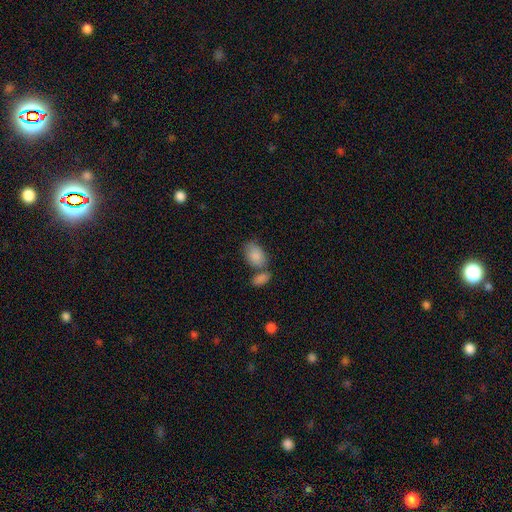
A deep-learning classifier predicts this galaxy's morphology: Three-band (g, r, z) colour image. It shows a smooth galaxy with no disk features (87%) that is in between round and cigar-shaped (89%). Merging: none (47%).